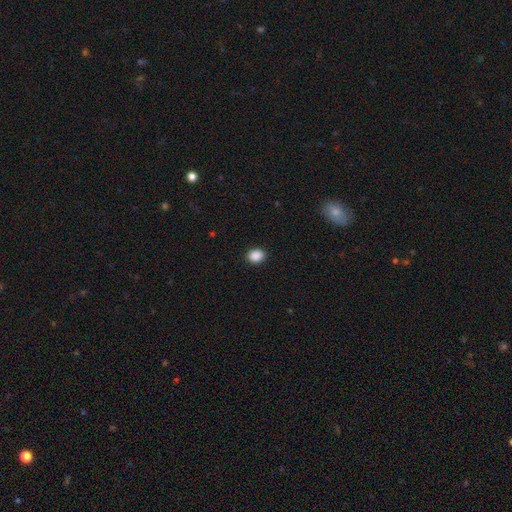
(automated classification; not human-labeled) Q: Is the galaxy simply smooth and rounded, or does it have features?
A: smooth — 89%.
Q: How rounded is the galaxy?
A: round — 52%.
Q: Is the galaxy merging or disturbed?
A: none — 90%.